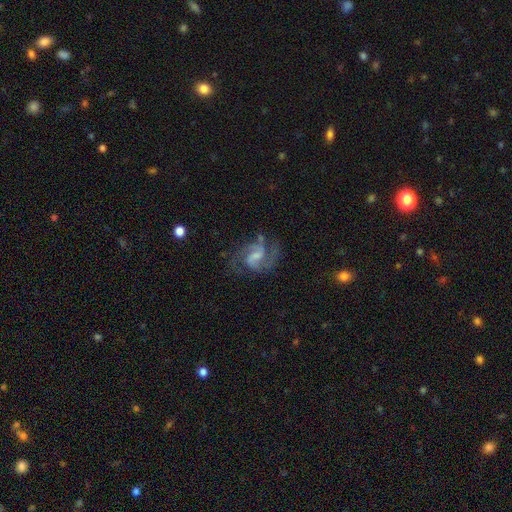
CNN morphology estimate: Smooth or featured: featured or disk — 85% (smooth — 9%)
Edge-on disk: no — 98% (yes — 2%)
Bar: weak — 56% (no — 28%)
Spiral arms: yes — 95% (no — 5%)
Spiral winding: medium — 56% (loose — 26%)
Spiral arm count: 2 — 69% (3 — 15%)
Bulge size: small — 43% (moderate — 28%)
Merging: none — 57% (major disturbance — 20%)